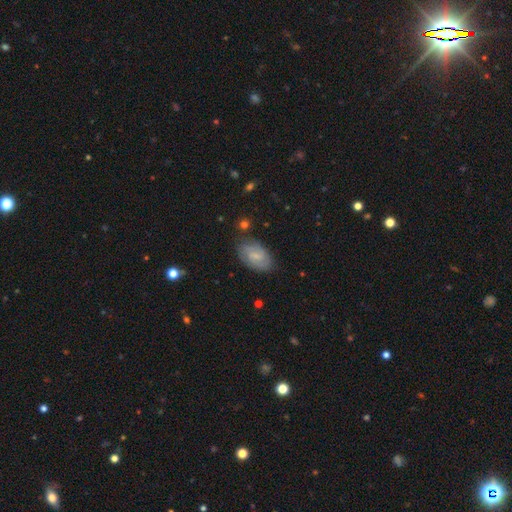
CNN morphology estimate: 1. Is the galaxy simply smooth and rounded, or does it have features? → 53% featured or disk, 40% smooth, 8% star or artifact.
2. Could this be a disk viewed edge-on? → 96% no, 4% yes.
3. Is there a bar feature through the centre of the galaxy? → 52% weak, 38% no, 9% strong.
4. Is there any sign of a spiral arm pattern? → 84% yes, 16% no.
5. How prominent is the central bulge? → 61% small, 22% moderate, 15% none, 2% large, 1% dominant.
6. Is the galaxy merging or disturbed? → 78% none, 16% minor disturbance, 4% major disturbance, 2% merger.